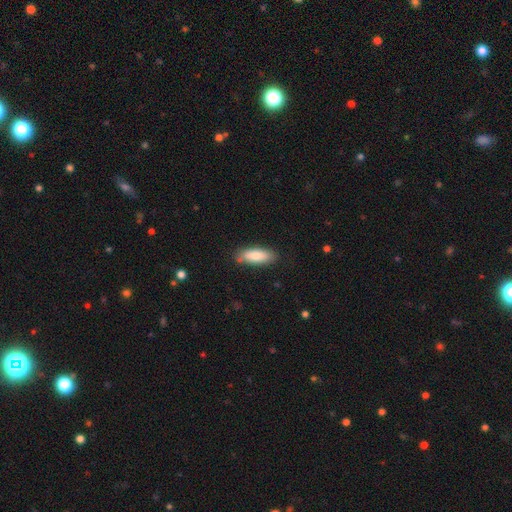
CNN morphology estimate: This appears to be a smooth galaxy with no disk features (82%) that is in between round and cigar-shaped (66%). Merging: none (81%).